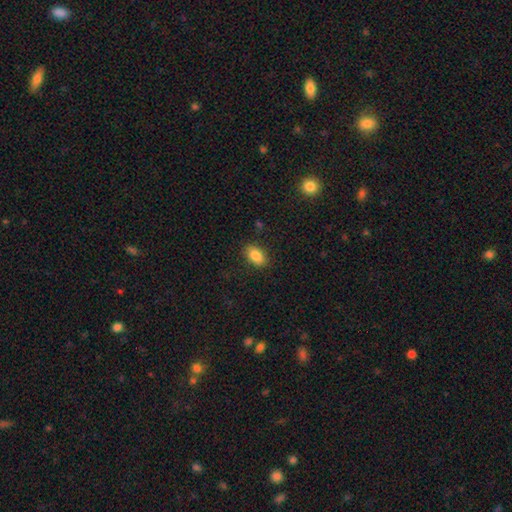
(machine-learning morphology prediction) The model was most divided on "merging": none: 87%, minor disturbance: 9%, major disturbance: 3%, merger: 1%. More confident: how rounded — in between (90%); smooth or featured — smooth (86%).